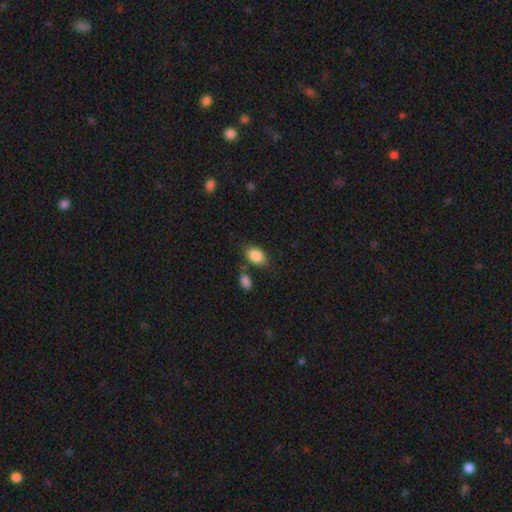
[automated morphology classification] type=smooth (87%); roundness=in between (85%); merging=none (69%).